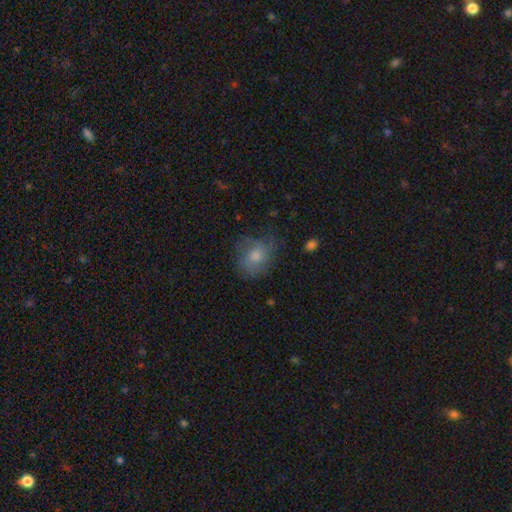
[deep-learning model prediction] Smooth or featured? smooth (57%)
How rounded? round (59%)
Merging? none (61%)